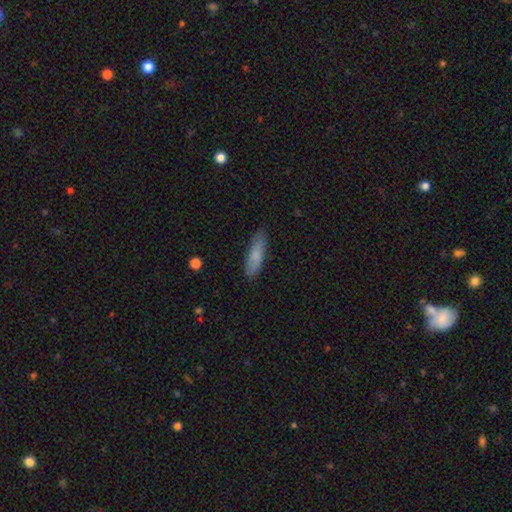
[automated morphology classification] The model was most divided on "how rounded": cigar-shaped: 66%, in between: 32%, round: 2%. More confident: merging — none (83%); smooth or featured — smooth (77%).